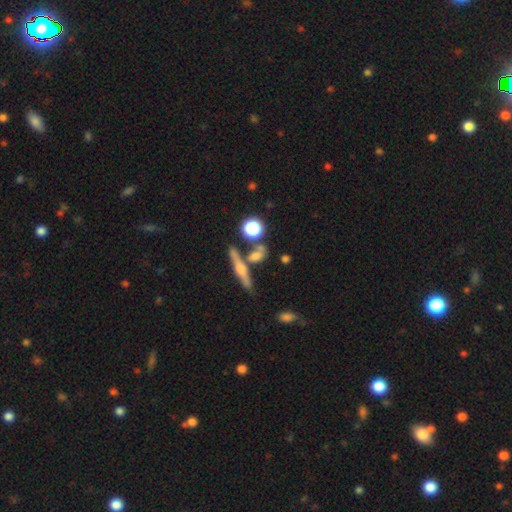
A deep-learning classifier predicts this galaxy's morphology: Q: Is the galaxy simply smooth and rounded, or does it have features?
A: smooth — 51%.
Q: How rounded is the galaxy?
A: round — 40%.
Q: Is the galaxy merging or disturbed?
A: none — 58%.